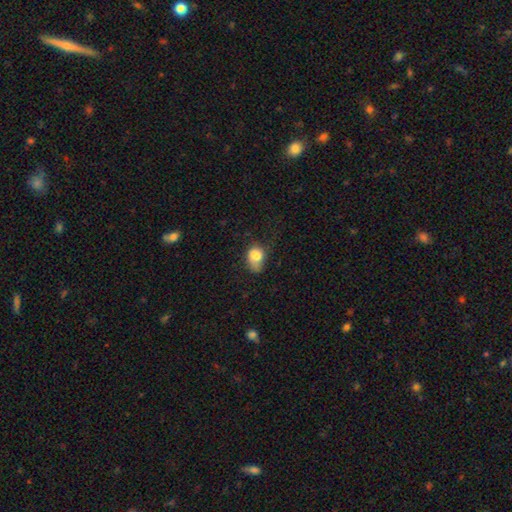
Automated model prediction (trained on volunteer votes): Smooth or featured? smooth (79%)
How rounded? in between (72%)
Merging? minor disturbance (37%)